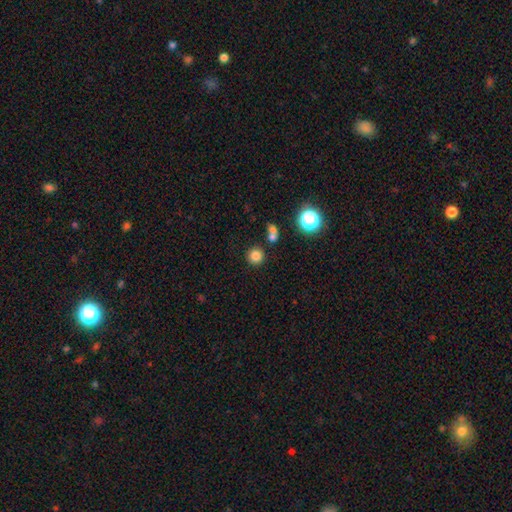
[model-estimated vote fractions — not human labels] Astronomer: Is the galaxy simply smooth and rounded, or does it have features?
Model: smooth — 80%.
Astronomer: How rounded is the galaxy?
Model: round — 94%.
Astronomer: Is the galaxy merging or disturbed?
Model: none — 82%.